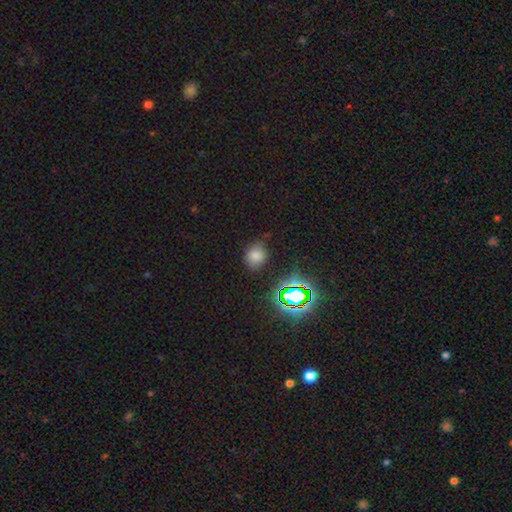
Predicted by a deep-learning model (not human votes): Morphology: type=smooth (72%); roundness=round (65%); merging=none (71%).